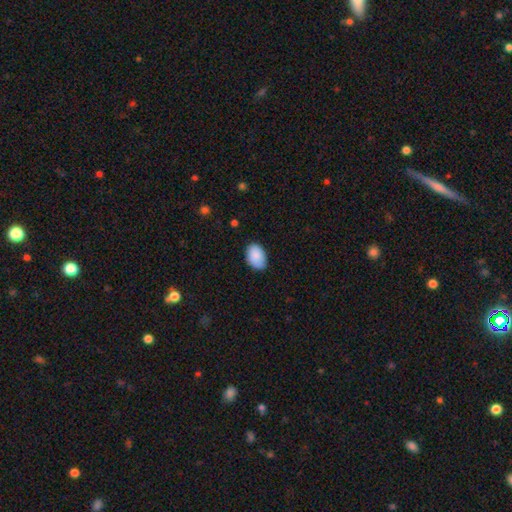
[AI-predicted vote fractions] smooth_or_featured: smooth (p=0.88) [alt: star or artifact p=0.06]
how_rounded: in between (p=0.88) [alt: round p=0.11]
merging: none (p=0.79) [alt: minor disturbance p=0.17]